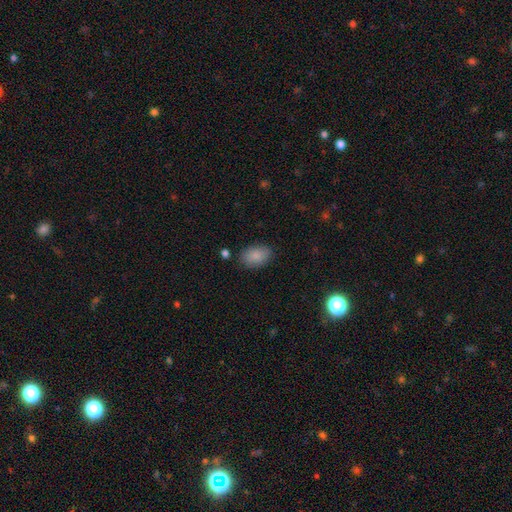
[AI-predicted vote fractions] This appears to be a smooth galaxy with no disk features (87%) that is in between round and cigar-shaped (89%). Merging: none (83%).